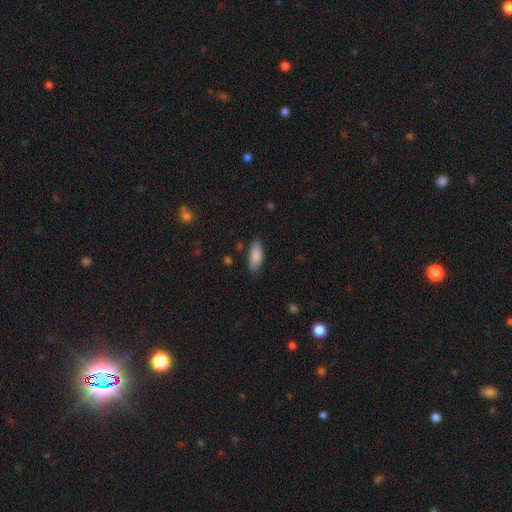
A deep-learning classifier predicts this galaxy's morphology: smooth_or_featured: smooth (p=0.84) [alt: featured or disk p=0.10]
how_rounded: in between (p=0.79) [alt: cigar-shaped p=0.19]
merging: none (p=0.81) [alt: minor disturbance p=0.15]